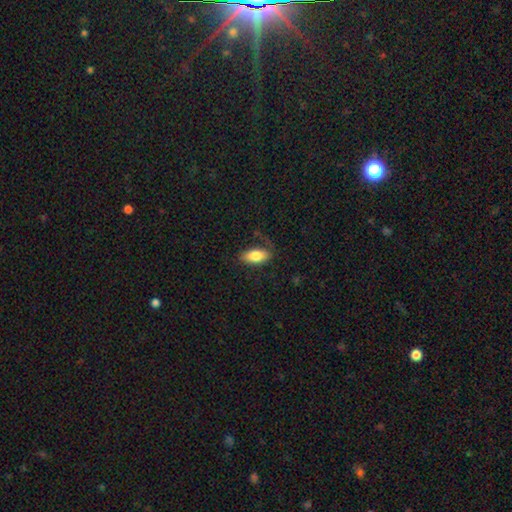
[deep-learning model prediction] Smooth or featured: smooth — 80% (featured or disk — 13%)
How rounded: in between — 90% (cigar-shaped — 7%)
Merging: none — 65% (minor disturbance — 21%)